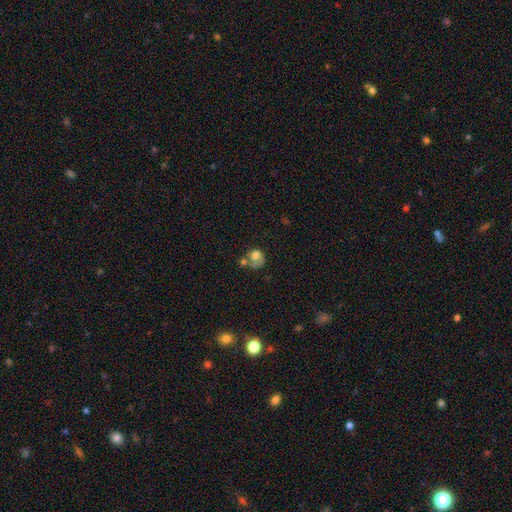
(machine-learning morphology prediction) This is likely a smooth galaxy (65%). How rounded: likely round (67%). Merging: marginally merger (35%).